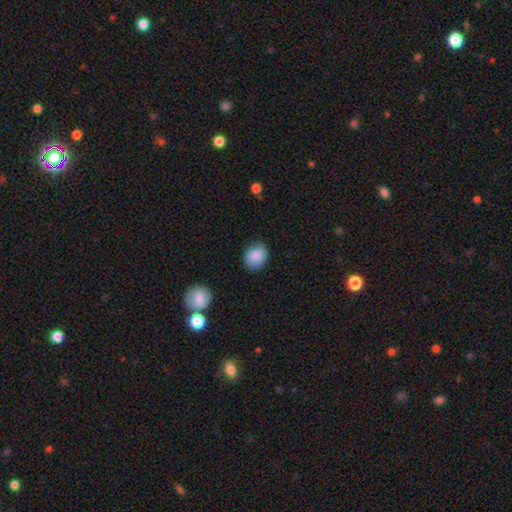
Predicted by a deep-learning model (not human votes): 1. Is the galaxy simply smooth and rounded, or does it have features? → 86% smooth, 8% star or artifact, 6% featured or disk.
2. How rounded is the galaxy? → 51% round, 48% in between, 1% cigar-shaped.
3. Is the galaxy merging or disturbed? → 79% none, 16% minor disturbance, 3% major disturbance, 2% merger.